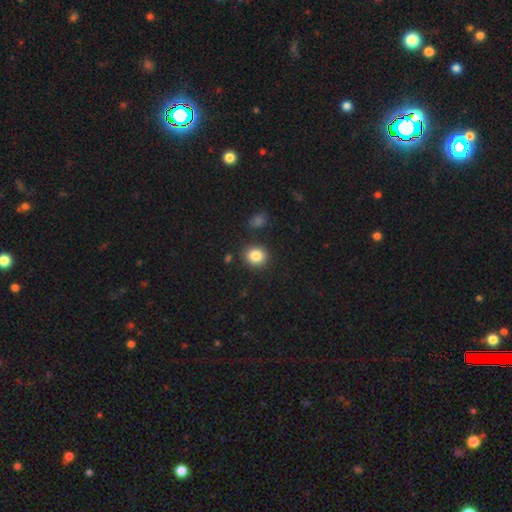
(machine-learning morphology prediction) type=smooth (85%); roundness=round (75%); merging=none (86%).